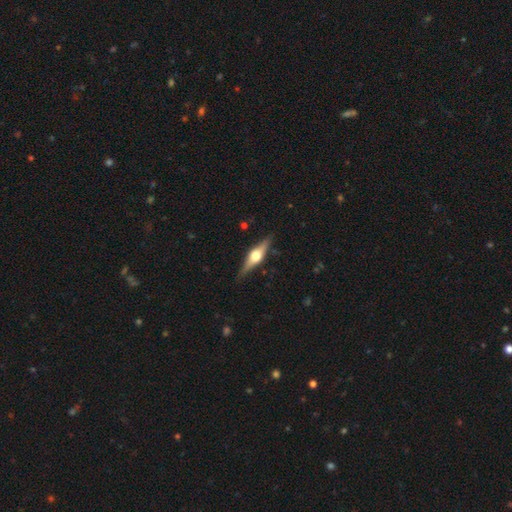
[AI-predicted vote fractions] smooth_or_featured: featured or disk (p=0.72) [alt: smooth p=0.22]
disk_edge_on: yes (p=0.97) [alt: no p=0.03]
edge_on_bulge: rounded (p=0.94) [alt: boxy p=0.05]
merging: none (p=0.87) [alt: minor disturbance p=0.10]